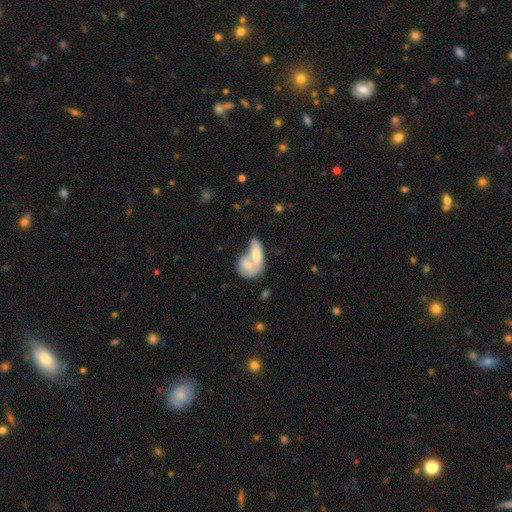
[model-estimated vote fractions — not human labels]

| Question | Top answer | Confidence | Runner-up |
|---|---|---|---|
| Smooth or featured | smooth | 67% | featured or disk (27%) |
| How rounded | in between | 76% | round (12%) |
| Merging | merger | 71% | none (16%) |